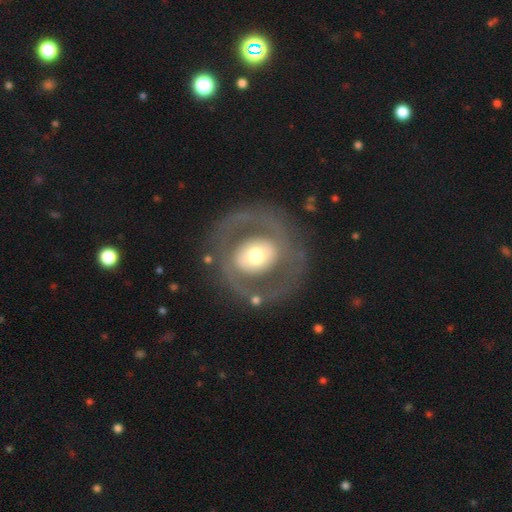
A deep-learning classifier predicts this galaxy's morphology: featured or disk 63%, smooth 32%, star or artifact 6%. Down the decision tree: edge-on disk — no (95%); bar — no (67%); spiral arms — no (74%); bulge size — moderate (59%); merging — none (75%).